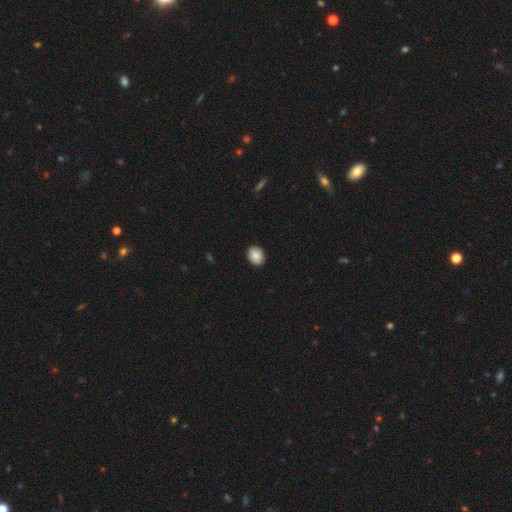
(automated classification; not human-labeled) Overall: smooth (87%). How rounded: in between (59%; round 40%). Merging: none (90%).